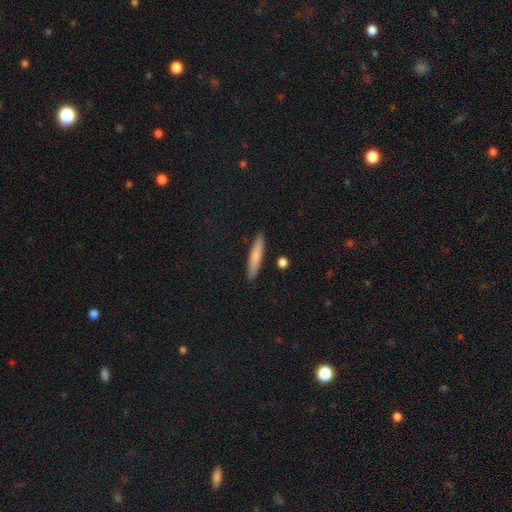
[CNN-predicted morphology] Smooth or featured?
  - smooth: 77% *
  - featured or disk: 17%
  - star or artifact: 6%
How rounded?
  - cigar-shaped: 90% *
  - in between: 9%
  - round: 1%
Merging?
  - none: 88% *
  - minor disturbance: 8%
  - merger: 2%
  - major disturbance: 2%